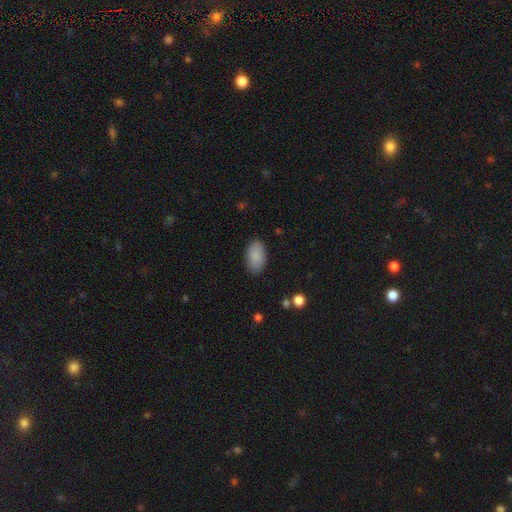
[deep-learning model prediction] A smooth galaxy with no disk features (89%) that is in between round and cigar-shaped (94%). Merging: none (87%).